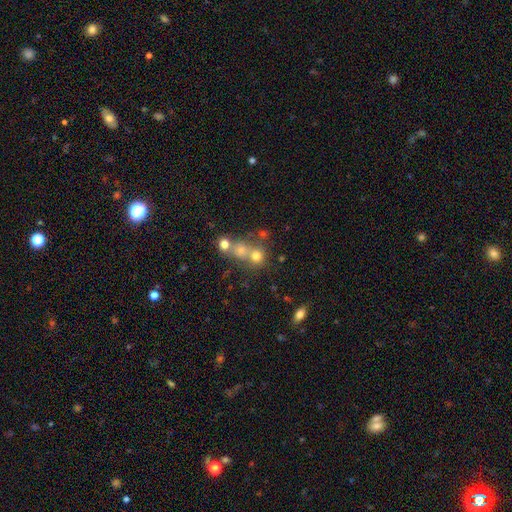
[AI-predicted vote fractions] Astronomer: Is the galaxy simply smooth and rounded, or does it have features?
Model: smooth — 69%.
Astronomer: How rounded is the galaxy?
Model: round — 82%.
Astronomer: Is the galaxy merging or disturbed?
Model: none — 46% (runner-up: merger, 42%).